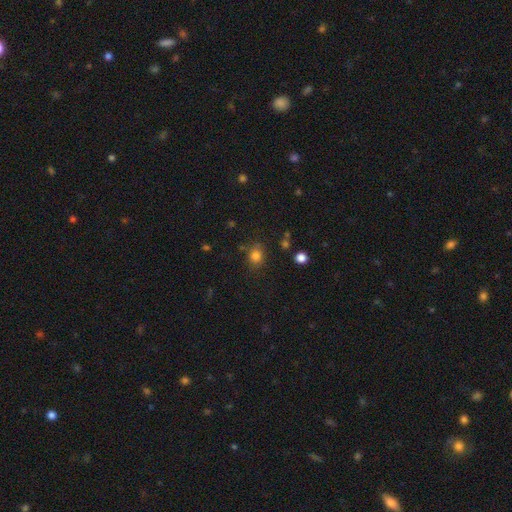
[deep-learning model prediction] This is likely a smooth galaxy (80%). How rounded: likely round (65%). Merging: likely none (77%).